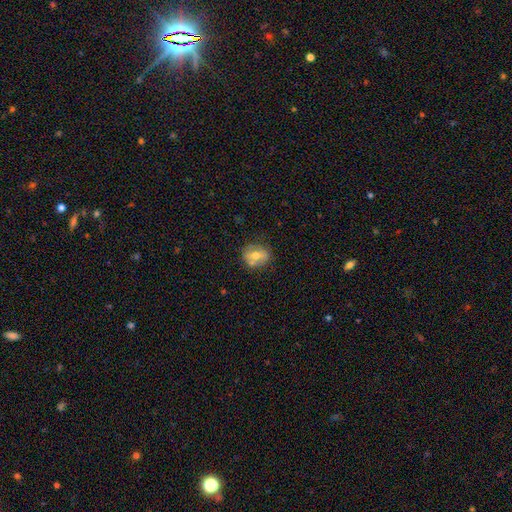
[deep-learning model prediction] Smooth or featured?
  - smooth: 53% *
  - featured or disk: 39%
  - star or artifact: 9%
How rounded?
  - round: 65% *
  - in between: 33%
  - cigar-shaped: 1%
Merging?
  - none: 67% *
  - minor disturbance: 18%
  - merger: 10%
  - major disturbance: 5%